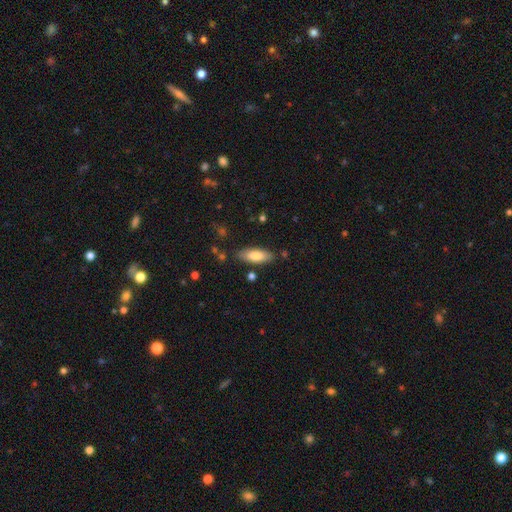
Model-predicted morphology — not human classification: smooth-or-featured: smooth: 80% | featured or disk: 14% | star or artifact: 6%
  how-rounded: in between: 71% | cigar-shaped: 27% | round: 2%
  merging: none: 83% | minor disturbance: 12% | major disturbance: 3% | merger: 3%